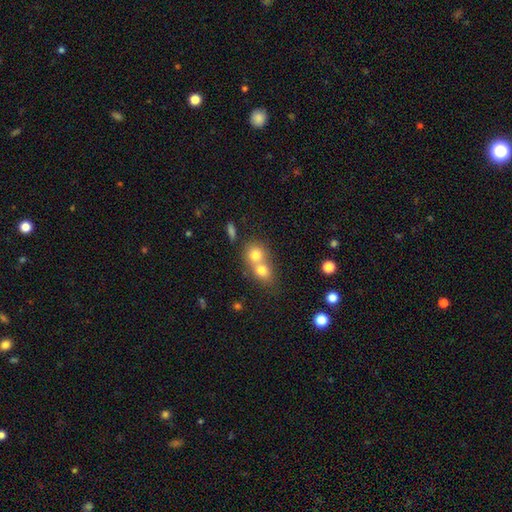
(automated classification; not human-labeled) A smooth galaxy with no disk features (75%) that is round (72%).

Vote fractions:
- Smooth or featured? smooth: 75% / featured or disk: 15% / star or artifact: 11%
- How rounded? round: 72% / in between: 26% / cigar-shaped: 1%
- Merging? merger: 67% / none: 26% / minor disturbance: 5% / major disturbance: 2%